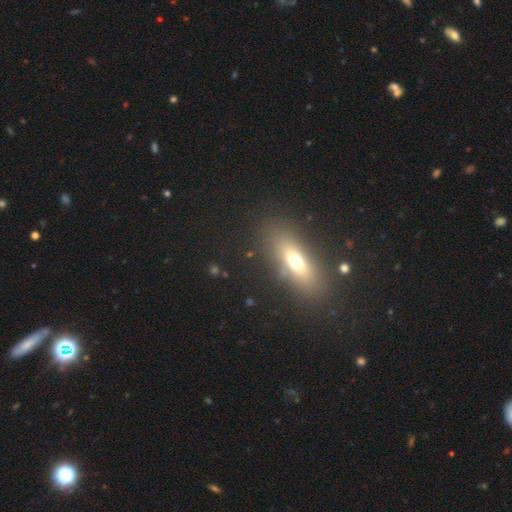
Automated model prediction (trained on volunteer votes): smooth_or_featured: smooth (p=0.53) [alt: featured or disk p=0.29]
how_rounded: in between (p=0.59) [alt: cigar-shaped p=0.35]
merging: none (p=0.84) [alt: minor disturbance p=0.10]